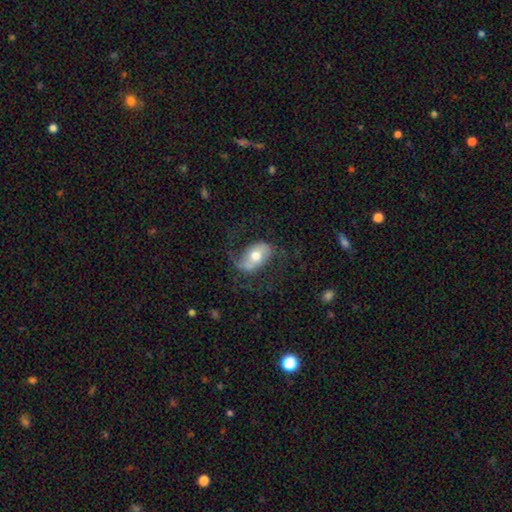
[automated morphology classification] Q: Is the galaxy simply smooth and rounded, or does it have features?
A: featured or disk — 65%.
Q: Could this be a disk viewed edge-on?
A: no — 94%.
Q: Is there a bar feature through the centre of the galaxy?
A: no — 41%.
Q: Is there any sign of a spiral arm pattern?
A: yes — 86%.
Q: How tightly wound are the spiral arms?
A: loose — 61%.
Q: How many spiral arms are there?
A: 2 — 87%.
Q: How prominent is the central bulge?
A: moderate — 70%.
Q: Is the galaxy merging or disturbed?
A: none — 63%.